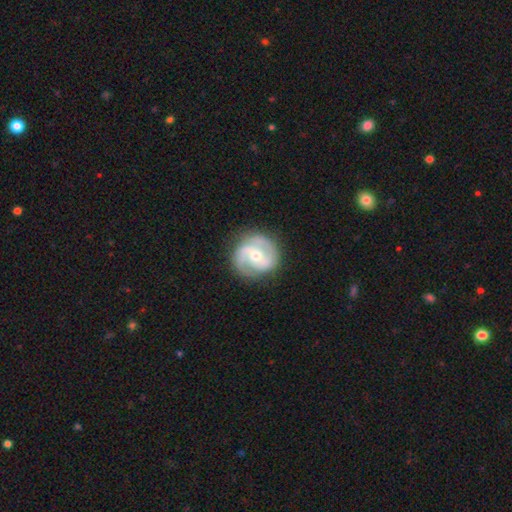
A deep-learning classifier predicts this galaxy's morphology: Overall: featured or disk (80%). Edge-on disk: no (98%). Bar: no (46%; weak 39%). Spiral arms: yes (93%). Spiral arm count: 2 (75%). Spiral winding: medium (47%; tight 35%). Bulge size: moderate (64%; small 31%). Merging: none (81%).